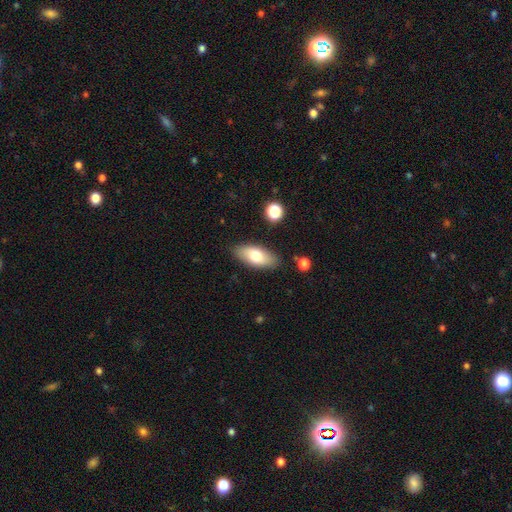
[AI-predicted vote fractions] A smooth galaxy with no disk features (72%) that is in between round and cigar-shaped (87%). Merging: none (85%).